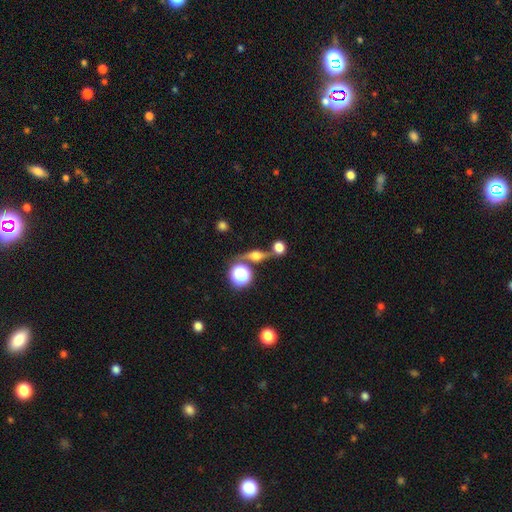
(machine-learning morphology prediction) Smooth or featured?
  - featured or disk: 49% *
  - smooth: 33%
  - star or artifact: 18%
Merging?
  - none: 63% *
  - merger: 19%
  - minor disturbance: 12%
  - major disturbance: 6%